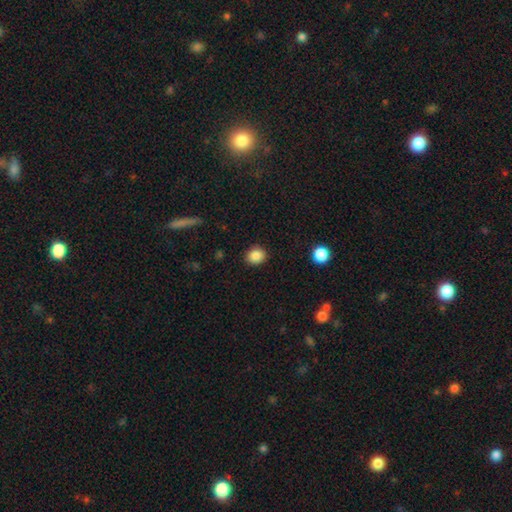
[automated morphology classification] smooth-or-featured: smooth: 87% | star or artifact: 10% | featured or disk: 3%
  how-rounded: round: 73% | in between: 26% | cigar-shaped: 1%
  merging: none: 89% | minor disturbance: 8% | major disturbance: 2% | merger: 1%